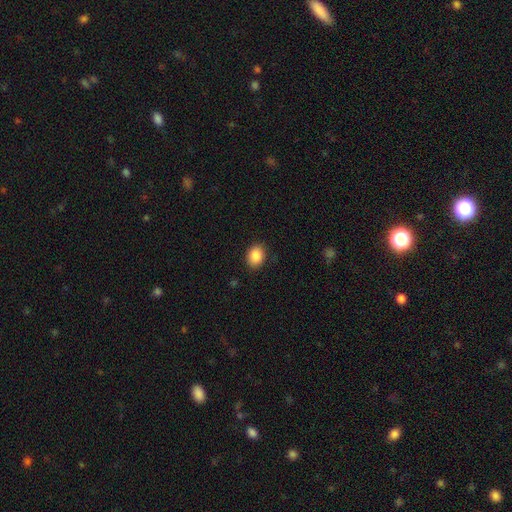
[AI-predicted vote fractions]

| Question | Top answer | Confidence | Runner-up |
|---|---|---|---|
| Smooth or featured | smooth | 88% | star or artifact (8%) |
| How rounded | in between | 60% | round (39%) |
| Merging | none | 87% | minor disturbance (10%) |